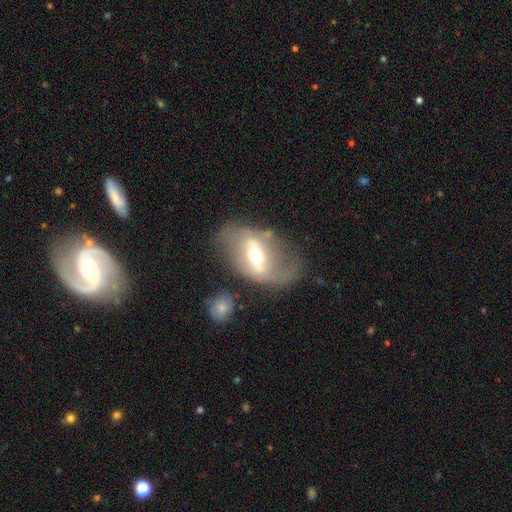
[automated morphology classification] featured or disk 68%, smooth 24%, star or artifact 7%. Down the decision tree: edge-on disk — no (92%); bar — strong (43%); spiral arms — yes (56%); bulge size — moderate (70%); merging — none (54%).